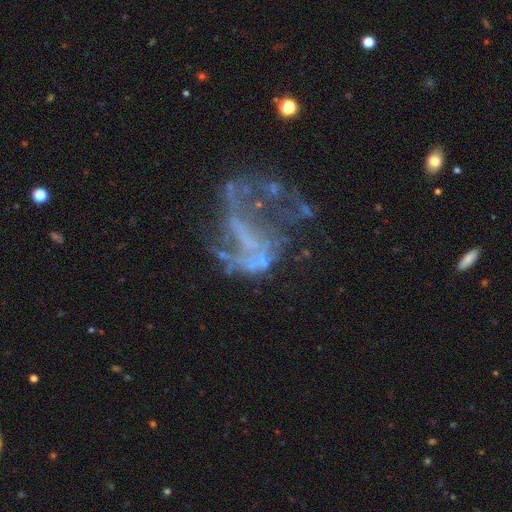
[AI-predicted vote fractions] Q: Smooth or featured?
A: featured or disk (69%); runner-up: star or artifact (20%)
Q: Edge-on disk?
A: no (97%); runner-up: yes (3%)
Q: Bar?
A: no (65%); runner-up: weak (20%)
Q: Spiral arms?
A: no (73%); runner-up: yes (27%)
Q: Bulge size?
A: none (75%); runner-up: small (15%)
Q: Merging?
A: major disturbance (44%); runner-up: none (29%)